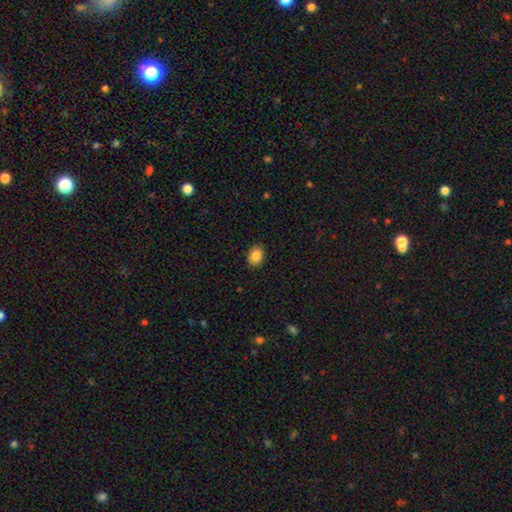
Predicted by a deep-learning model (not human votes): A smooth galaxy with no disk features (87%) that is in between round and cigar-shaped (64%). Merging: none (89%).